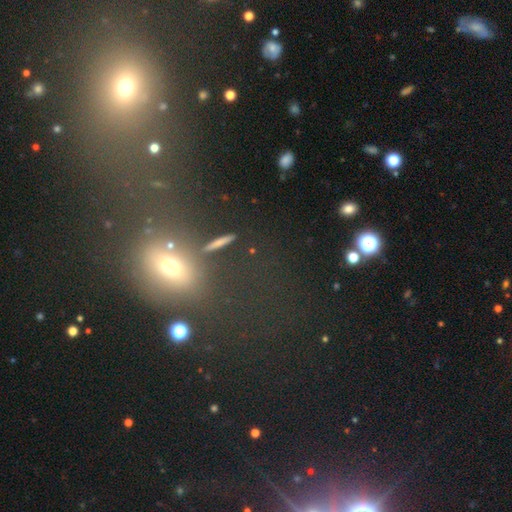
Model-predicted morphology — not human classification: The model was most divided on "smooth or featured": star or artifact: 44%, smooth: 41%, featured or disk: 15%.